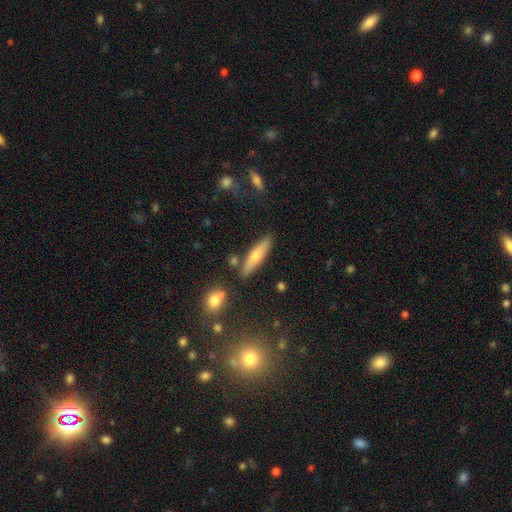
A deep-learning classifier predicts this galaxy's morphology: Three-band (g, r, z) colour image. It shows a smooth galaxy with no disk features (58%) that is cigar-shaped (75%). Merging: none (81%).